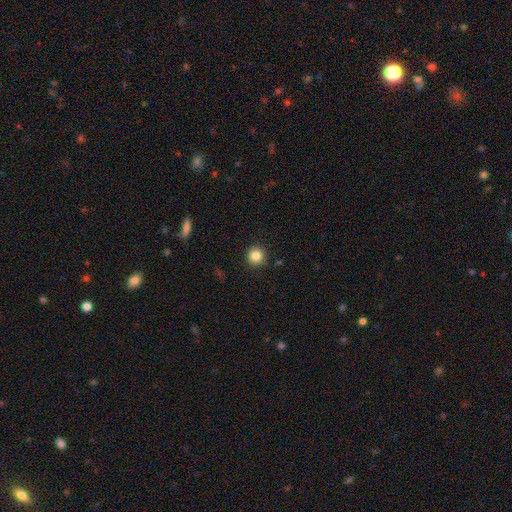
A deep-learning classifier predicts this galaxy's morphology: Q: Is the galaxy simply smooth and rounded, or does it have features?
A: smooth — 85%.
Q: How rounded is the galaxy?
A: round — 95%.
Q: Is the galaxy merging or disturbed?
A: none — 90%.